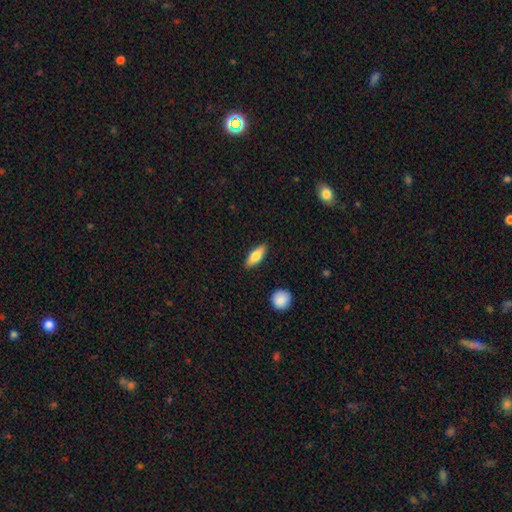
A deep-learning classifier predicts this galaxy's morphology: type=smooth (73%); roundness=in between (65%); merging=none (88%).